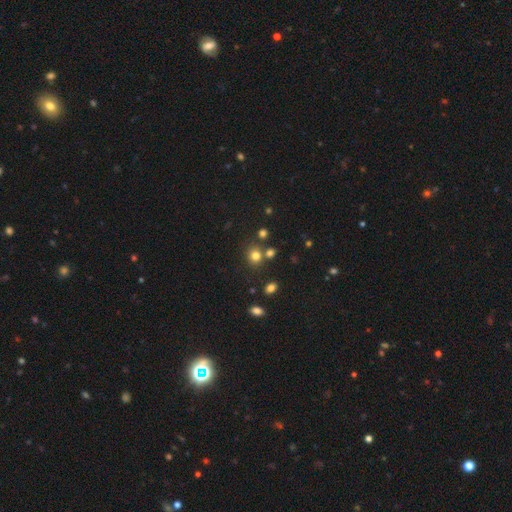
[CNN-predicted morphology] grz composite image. It shows a smooth galaxy with no disk features (77%) that is round (77%). Merging: none (72%).